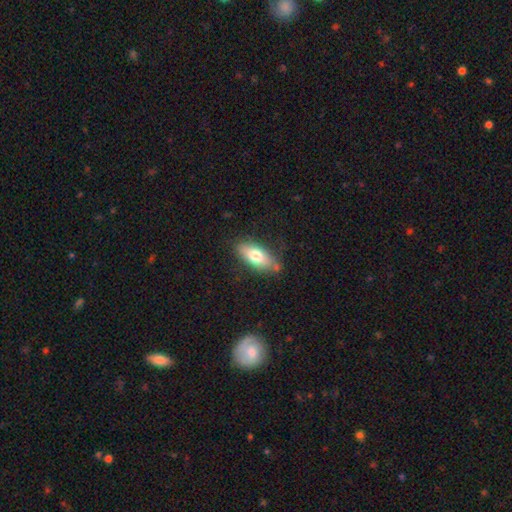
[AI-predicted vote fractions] The model was most divided on "smooth or featured": smooth: 72%, featured or disk: 21%, star or artifact: 7%. More confident: how rounded — in between (81%); merging — none (76%).